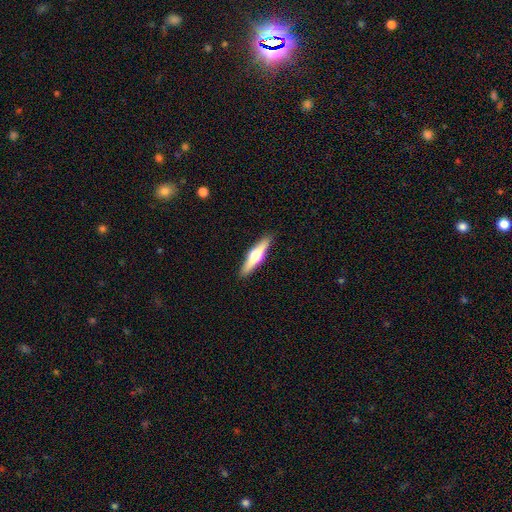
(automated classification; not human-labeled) smooth_or_featured: featured or disk (p=0.56) [alt: smooth p=0.39]
disk_edge_on: yes (p=0.95) [alt: no p=0.05]
edge_on_bulge: rounded (p=0.94) [alt: boxy p=0.04]
merging: none (p=0.91) [alt: minor disturbance p=0.07]